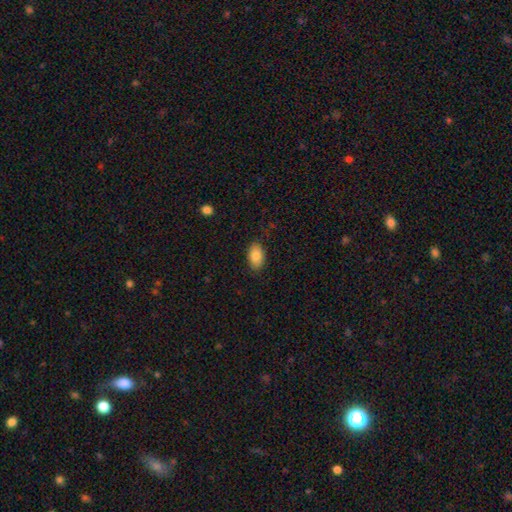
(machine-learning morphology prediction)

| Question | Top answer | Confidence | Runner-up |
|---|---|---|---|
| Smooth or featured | smooth | 85% | featured or disk (8%) |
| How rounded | in between | 92% | round (6%) |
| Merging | none | 85% | minor disturbance (11%) |